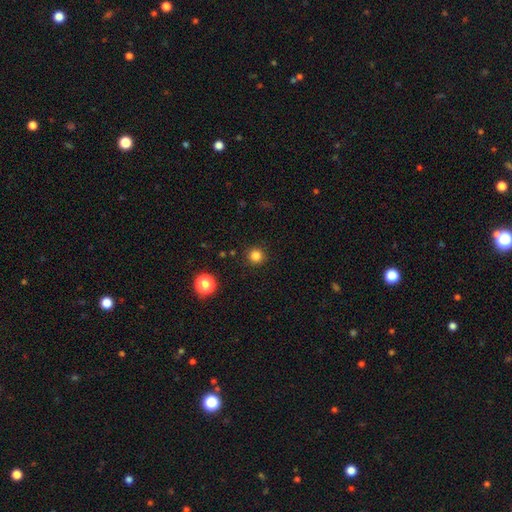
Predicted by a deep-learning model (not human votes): smooth_or_featured: smooth (p=0.83) [alt: star or artifact p=0.14]
how_rounded: round (p=0.95) [alt: in between p=0.04]
merging: none (p=0.91) [alt: minor disturbance p=0.06]